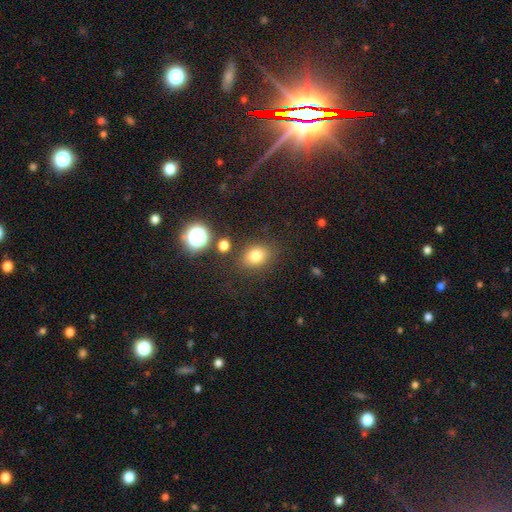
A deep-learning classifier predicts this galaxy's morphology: A smooth galaxy with no disk features (78%) that is in between round and cigar-shaped (53%).

Vote fractions:
- Smooth or featured? smooth: 78% / star or artifact: 15% / featured or disk: 8%
- How rounded? in between: 53% / round: 46% / cigar-shaped: 1%
- Merging? none: 81% / minor disturbance: 11% / merger: 4% / major disturbance: 4%